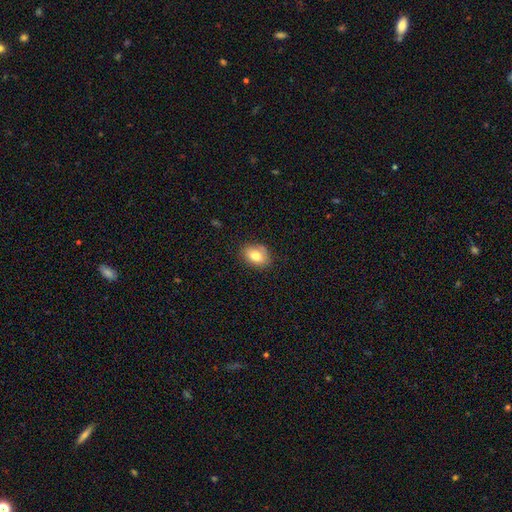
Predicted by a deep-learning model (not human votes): Q: Smooth or featured?
A: smooth (76%); runner-up: featured or disk (15%)
Q: How rounded?
A: in between (78%); runner-up: round (21%)
Q: Merging?
A: none (78%); runner-up: minor disturbance (17%)